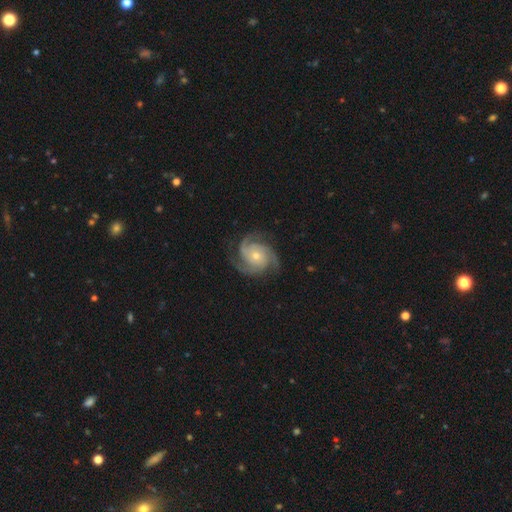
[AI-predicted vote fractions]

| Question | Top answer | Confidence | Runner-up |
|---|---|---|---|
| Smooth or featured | featured or disk | 91% | star or artifact (5%) |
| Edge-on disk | no | 98% | yes (2%) |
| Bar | no | 78% | weak (17%) |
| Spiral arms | yes | 98% | no (2%) |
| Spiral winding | tight | 55% | medium (39%) |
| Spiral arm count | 3 | 64% | 4 (13%) |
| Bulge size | small | 61% | moderate (35%) |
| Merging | none | 79% | minor disturbance (15%) |